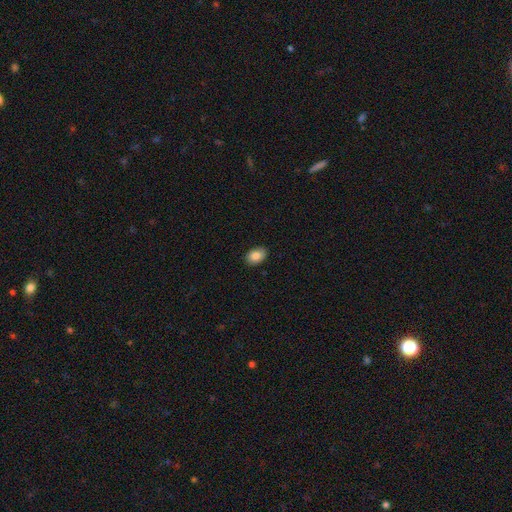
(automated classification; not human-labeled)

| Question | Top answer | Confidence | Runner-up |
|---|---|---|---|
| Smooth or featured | smooth | 85% | star or artifact (8%) |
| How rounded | in between | 86% | round (13%) |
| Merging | none | 88% | minor disturbance (9%) |